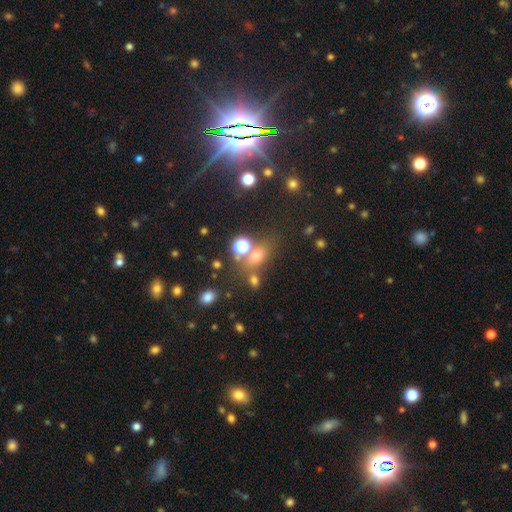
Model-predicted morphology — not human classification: smooth_or_featured: smooth (p=0.49) [alt: star or artifact p=0.39]
merging: none (p=0.61) [alt: merger p=0.20]